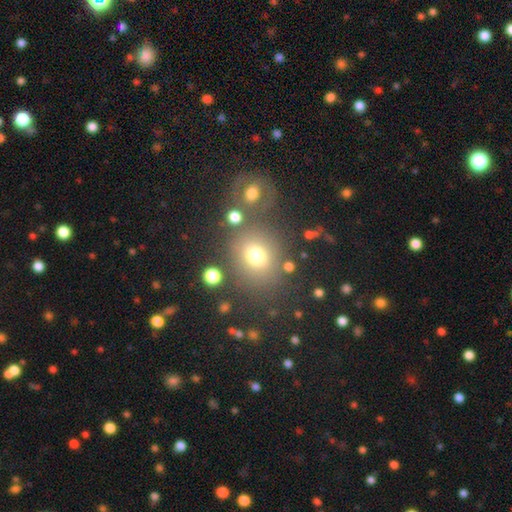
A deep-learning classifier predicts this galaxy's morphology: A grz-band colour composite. It shows a smooth galaxy with no disk features (72%) that is round (77%). Merging: none (72%).